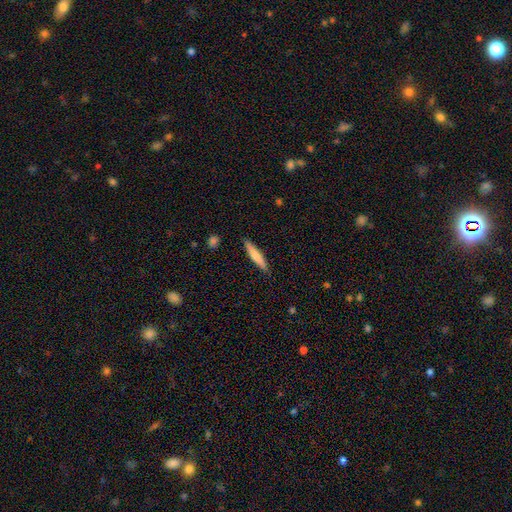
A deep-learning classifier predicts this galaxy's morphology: Q: Smooth or featured?
A: smooth (71%); runner-up: featured or disk (24%)
Q: How rounded?
A: cigar-shaped (91%); runner-up: in between (8%)
Q: Merging?
A: none (89%); runner-up: minor disturbance (8%)